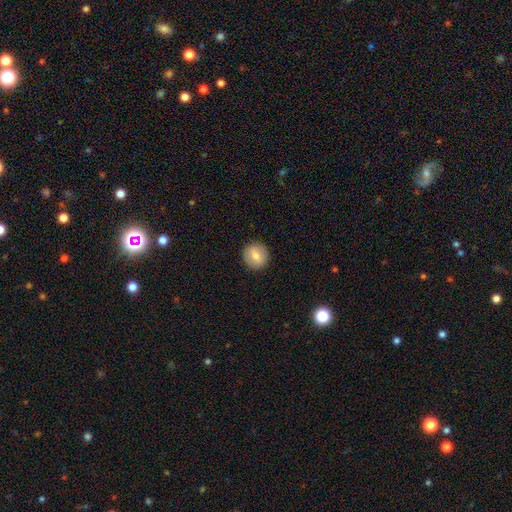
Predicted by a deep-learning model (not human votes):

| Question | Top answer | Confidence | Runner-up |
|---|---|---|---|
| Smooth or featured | smooth | 73% | featured or disk (18%) |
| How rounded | round | 91% | in between (8%) |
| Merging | none | 91% | minor disturbance (7%) |